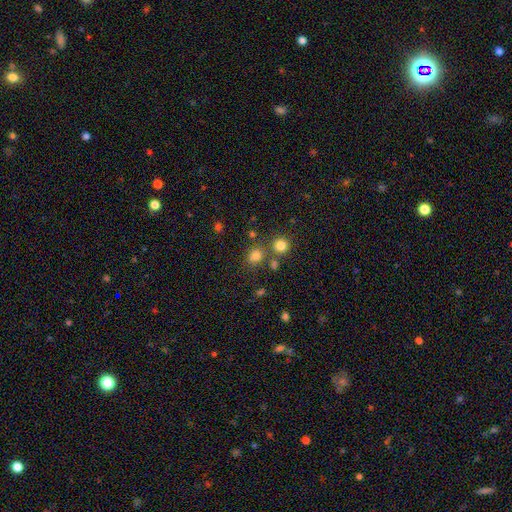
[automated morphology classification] This is likely a smooth galaxy (76%). How rounded: likely round (71%). Merging: likely none (69%).